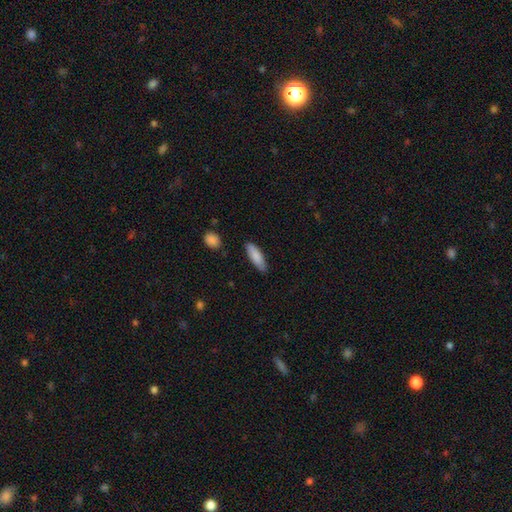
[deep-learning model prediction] Morphology: type=smooth (85%); roundness=in between (50%); merging=none (84%).